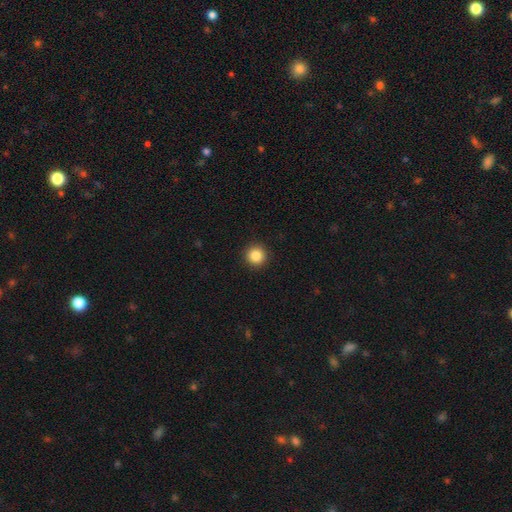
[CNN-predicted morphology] Smooth or featured? smooth (86%)
How rounded? round (96%)
Merging? none (93%)